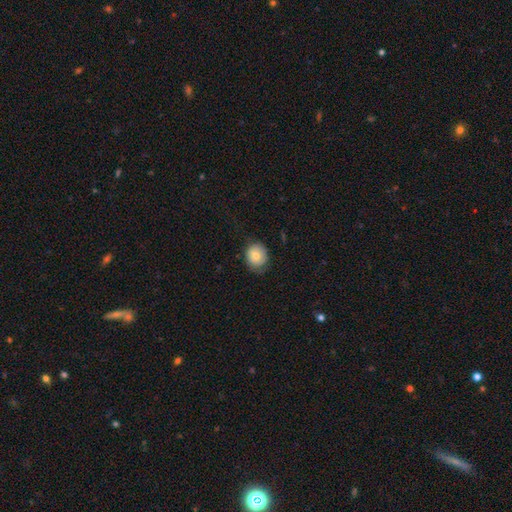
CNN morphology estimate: This appears to be a smooth galaxy with no disk features (72%) that is round (69%). Merging: none (66%).